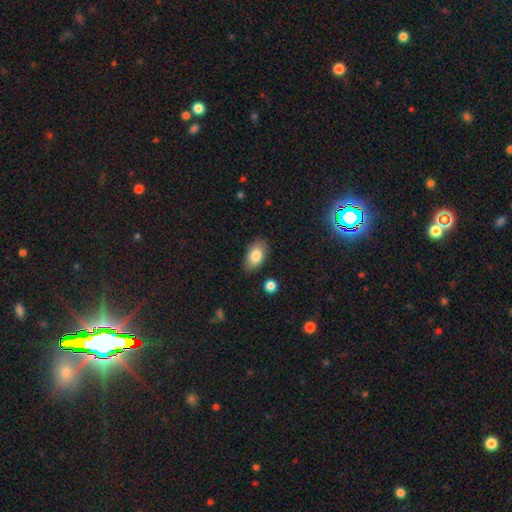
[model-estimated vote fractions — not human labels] A smooth galaxy with no disk features (82%) that is in between round and cigar-shaped (91%).

Vote fractions:
- Smooth or featured? smooth: 82% / featured or disk: 11% / star or artifact: 7%
- How rounded? in between: 91% / round: 7% / cigar-shaped: 2%
- Merging? none: 79% / minor disturbance: 16% / major disturbance: 3% / merger: 2%